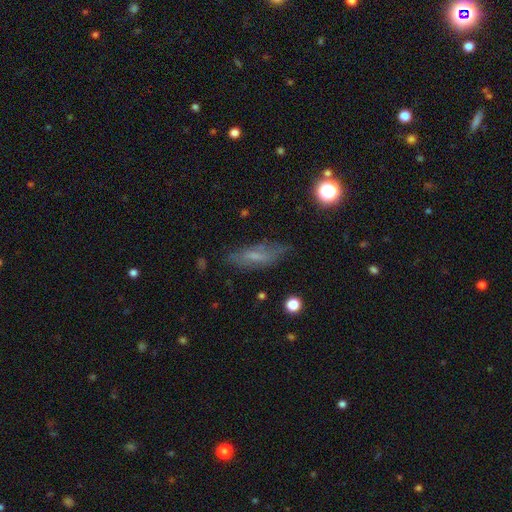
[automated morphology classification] Q: Smooth or featured?
A: smooth (51%); runner-up: featured or disk (37%)
Q: How rounded?
A: in between (55%); runner-up: cigar-shaped (42%)
Q: Merging?
A: none (70%); runner-up: minor disturbance (20%)